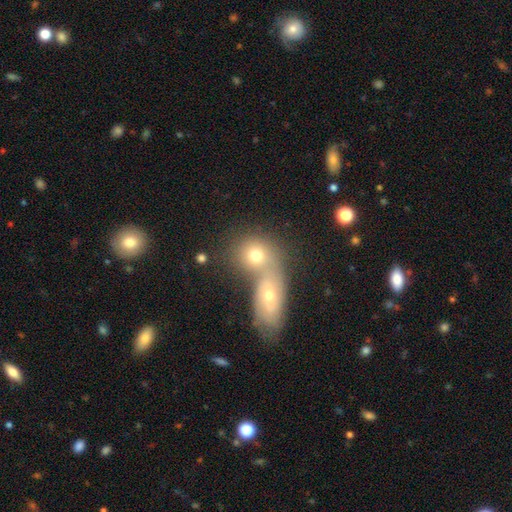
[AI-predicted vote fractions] A smooth galaxy with no disk features (67%) that is round (66%).

Vote fractions:
- Smooth or featured? smooth: 67% / featured or disk: 22% / star or artifact: 11%
- How rounded? round: 66% / in between: 32% / cigar-shaped: 2%
- Merging? merger: 56% / none: 32% / minor disturbance: 7% / major disturbance: 4%